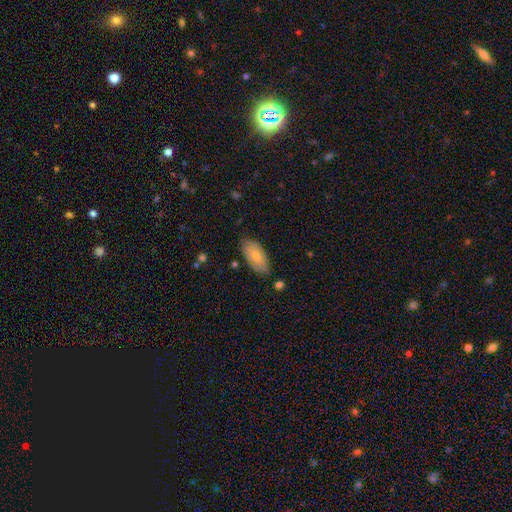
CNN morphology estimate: Smooth or featured? Predicted: smooth (p=0.77). How rounded? Predicted: in between (p=0.90). Merging? Predicted: none (p=0.77).